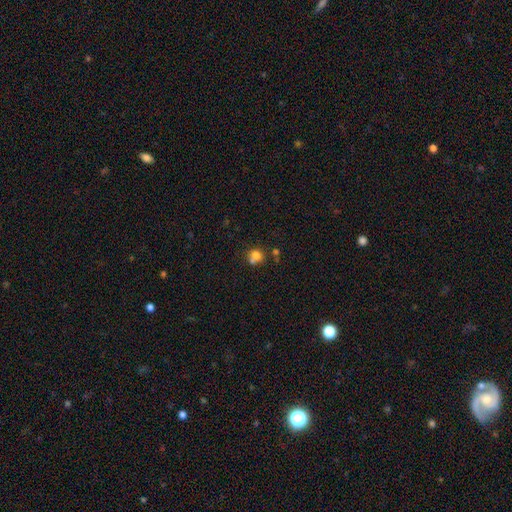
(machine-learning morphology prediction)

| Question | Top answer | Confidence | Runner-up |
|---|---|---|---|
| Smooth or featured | smooth | 74% | star or artifact (13%) |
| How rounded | round | 85% | in between (14%) |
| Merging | none | 47% | merger (40%) |